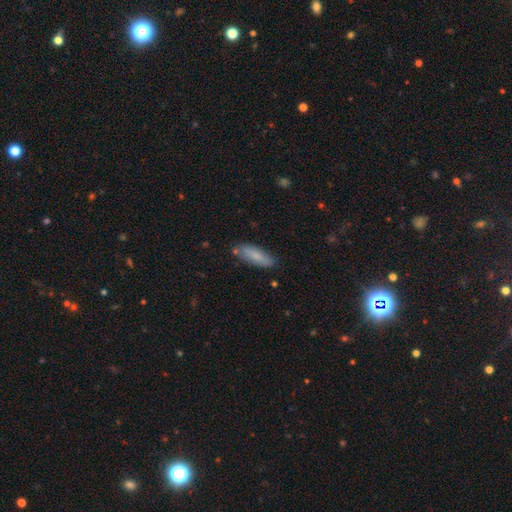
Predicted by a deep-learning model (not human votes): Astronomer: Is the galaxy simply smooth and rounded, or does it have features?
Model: smooth — 79%.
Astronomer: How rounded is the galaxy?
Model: in between — 51% (runner-up: cigar-shaped, 47%).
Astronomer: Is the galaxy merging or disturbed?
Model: none — 78%.